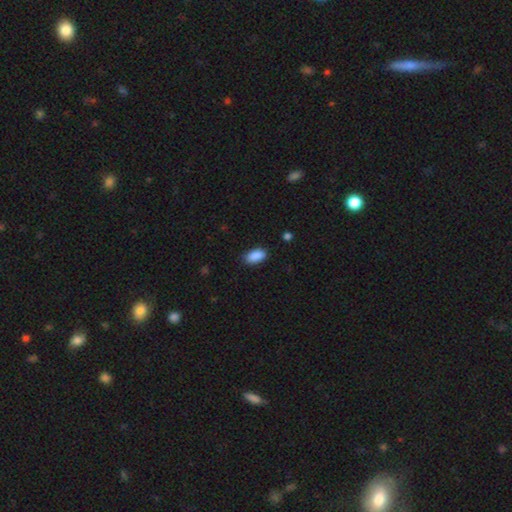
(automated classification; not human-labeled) smooth_or_featured: smooth (p=0.90) [alt: star or artifact p=0.07]
how_rounded: in between (p=0.93) [alt: round p=0.04]
merging: none (p=0.83) [alt: minor disturbance p=0.13]